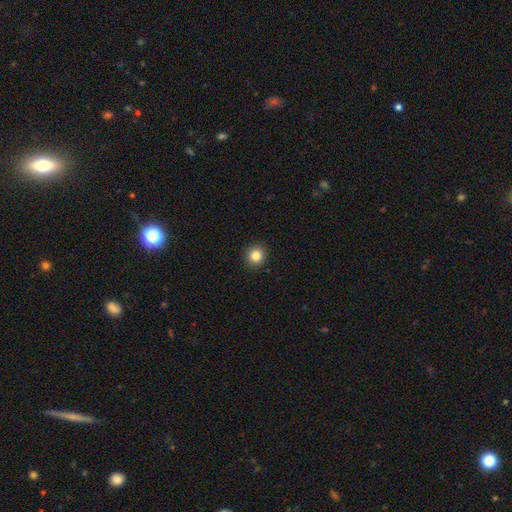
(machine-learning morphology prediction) type=smooth (85%); roundness=round (92%); merging=none (92%).